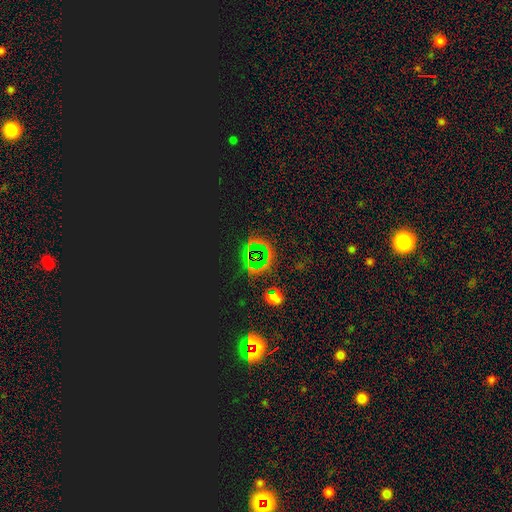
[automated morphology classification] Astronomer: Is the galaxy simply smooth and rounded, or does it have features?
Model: star or artifact — 80%.